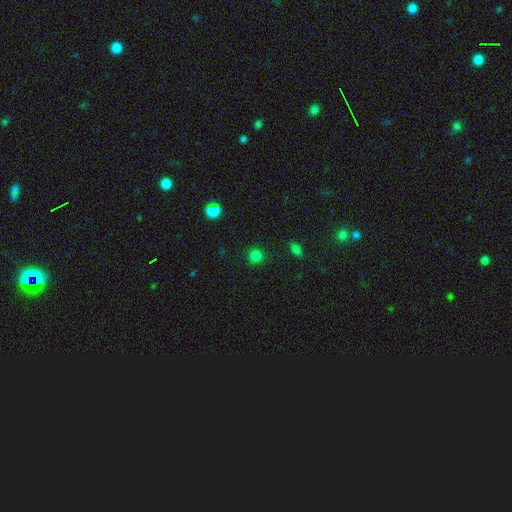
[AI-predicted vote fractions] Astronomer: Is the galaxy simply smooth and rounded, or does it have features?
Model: smooth — 77%.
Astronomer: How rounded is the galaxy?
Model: round — 90%.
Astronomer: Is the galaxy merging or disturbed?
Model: none — 85%.